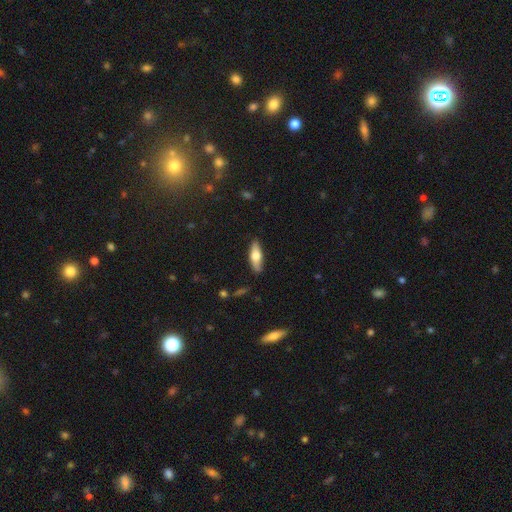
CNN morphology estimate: A smooth galaxy with no disk features (62%) that is in between round and cigar-shaped (56%).

Vote fractions:
- Smooth or featured? smooth: 62% / featured or disk: 32% / star or artifact: 6%
- How rounded? in between: 56% / cigar-shaped: 41% / round: 2%
- Merging? none: 84% / minor disturbance: 12% / major disturbance: 2% / merger: 1%